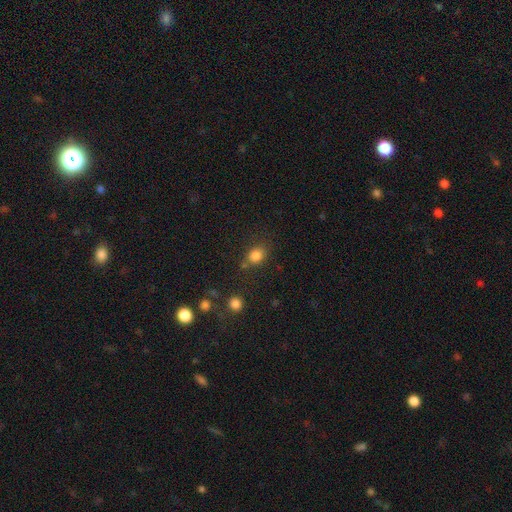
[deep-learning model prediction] Q: Smooth or featured?
A: smooth (83%); runner-up: star or artifact (12%)
Q: How rounded?
A: in between (50%); runner-up: round (48%)
Q: Merging?
A: none (69%); runner-up: minor disturbance (16%)